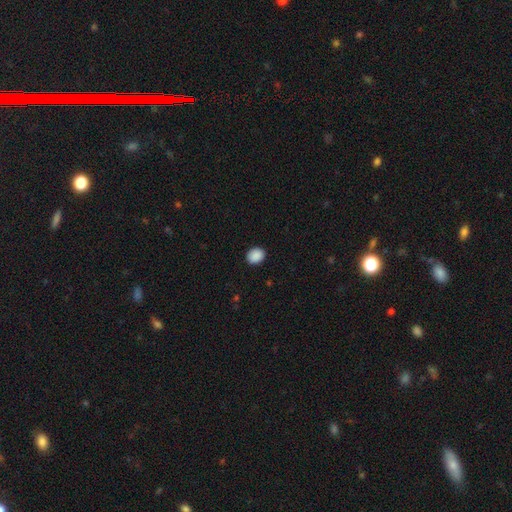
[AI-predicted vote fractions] A smooth galaxy with no disk features (90%) that is round (55%). Merging: none (89%).